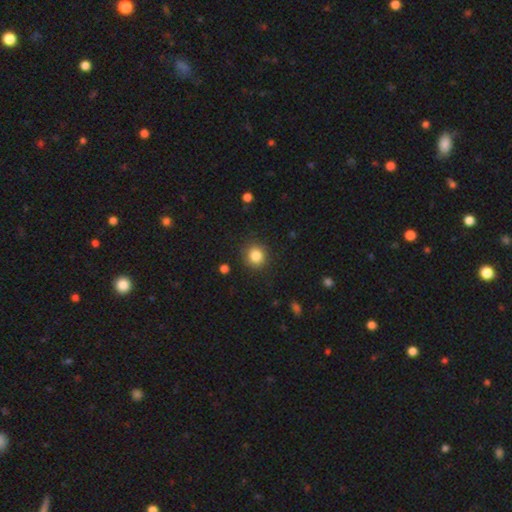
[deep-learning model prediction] The model was most divided on "smooth or featured": smooth: 84%, star or artifact: 11%, featured or disk: 5%. More confident: how rounded — round (88%); merging — none (88%).